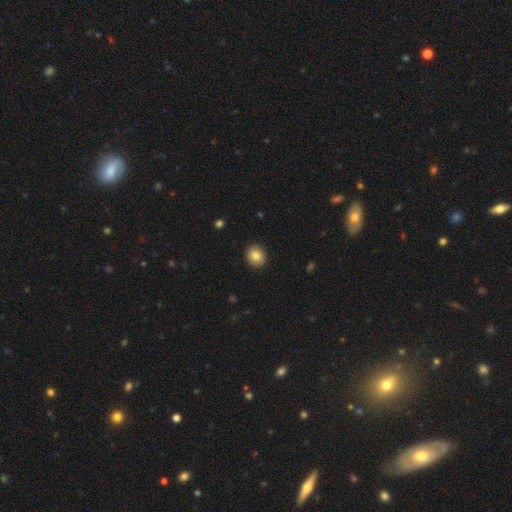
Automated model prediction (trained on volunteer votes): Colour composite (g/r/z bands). It shows a smooth galaxy with no disk features (84%) that is round (75%). Merging: none (91%).